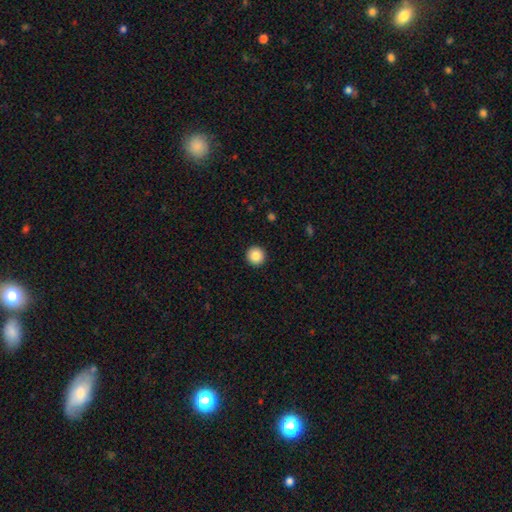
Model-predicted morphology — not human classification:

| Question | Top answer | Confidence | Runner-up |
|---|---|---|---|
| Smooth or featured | smooth | 86% | star or artifact (9%) |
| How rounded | round | 95% | in between (4%) |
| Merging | none | 93% | minor disturbance (4%) |